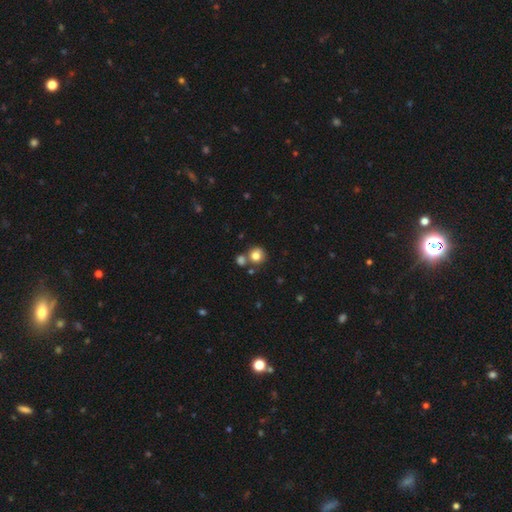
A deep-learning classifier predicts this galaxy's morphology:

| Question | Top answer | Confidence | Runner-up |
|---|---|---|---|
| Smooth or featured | smooth | 81% | star or artifact (11%) |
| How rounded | round | 88% | in between (11%) |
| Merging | none | 64% | merger (23%) |